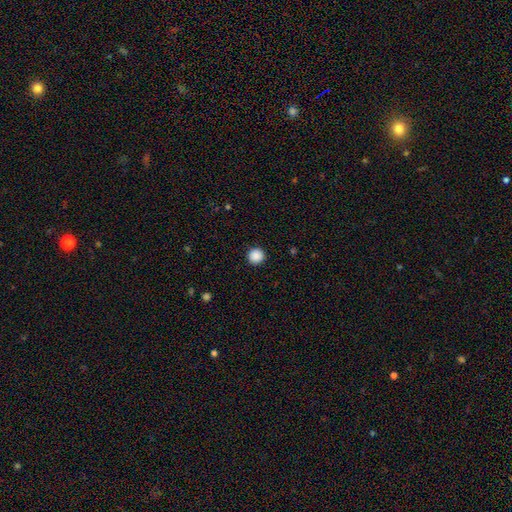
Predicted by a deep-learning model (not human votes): Overall: smooth (89%). How rounded: round (95%). Merging: none (93%).